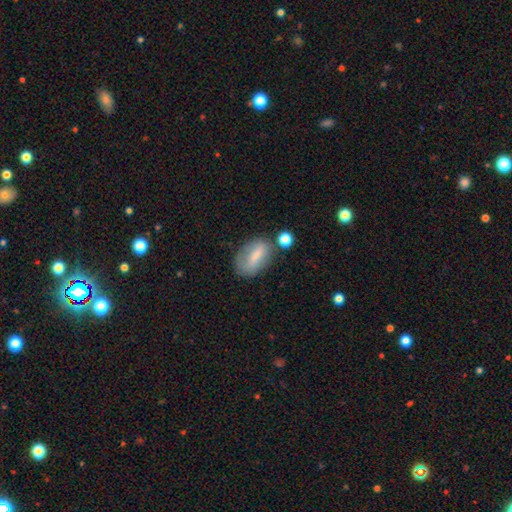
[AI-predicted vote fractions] Smooth or featured?
  - smooth: 68% *
  - featured or disk: 24%
  - star or artifact: 8%
How rounded?
  - in between: 83% *
  - cigar-shaped: 9%
  - round: 8%
Merging?
  - none: 60% *
  - minor disturbance: 23%
  - major disturbance: 9%
  - merger: 8%